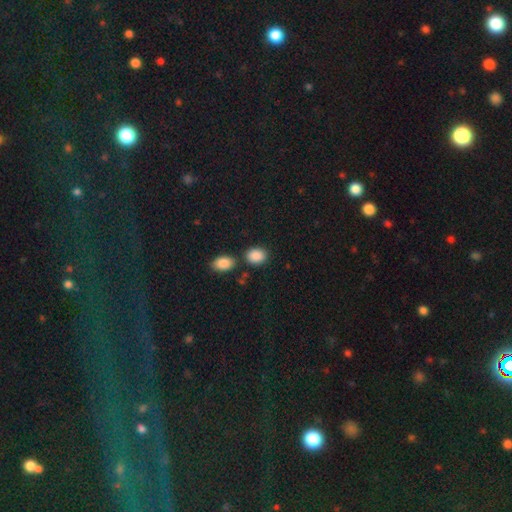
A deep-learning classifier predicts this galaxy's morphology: Overall: smooth (89%). How rounded: in between (68%; round 30%). Merging: none (74%).